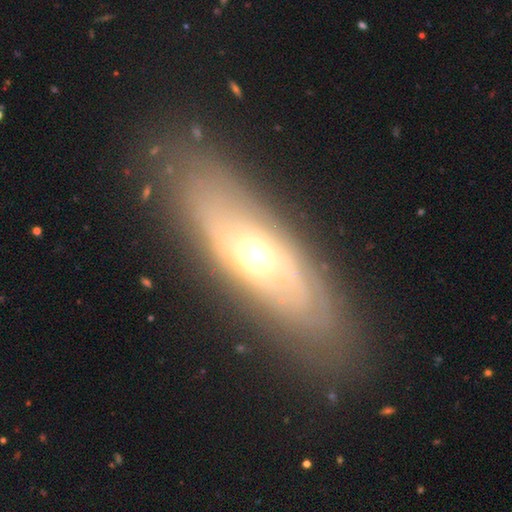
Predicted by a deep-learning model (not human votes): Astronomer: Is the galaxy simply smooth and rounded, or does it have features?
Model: featured or disk — 61%.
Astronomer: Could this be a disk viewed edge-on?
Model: no — 70%.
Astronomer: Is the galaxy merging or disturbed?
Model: none — 82%.